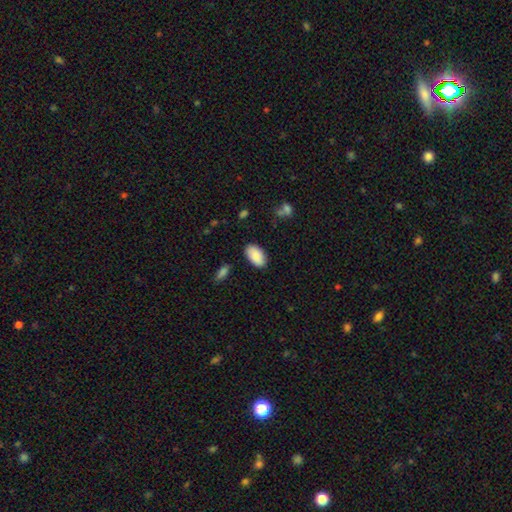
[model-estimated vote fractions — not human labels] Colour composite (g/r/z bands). It shows a smooth galaxy with no disk features (89%) that is in between round and cigar-shaped (95%). Merging: none (84%).